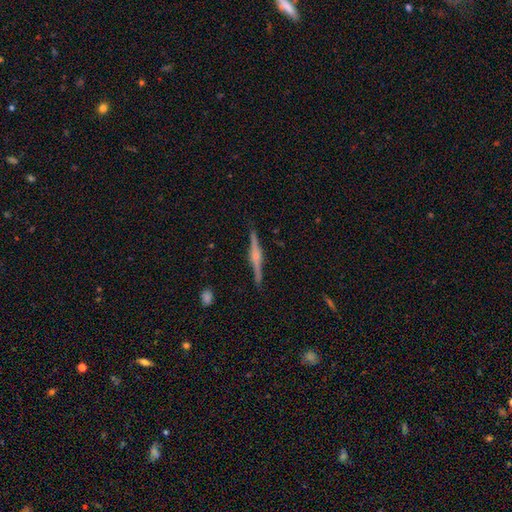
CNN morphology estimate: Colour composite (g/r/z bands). It shows a featured or disk galaxy (82%) viewed edge-on (98%) with a rounded central bulge (78%). Merging: none (91%).